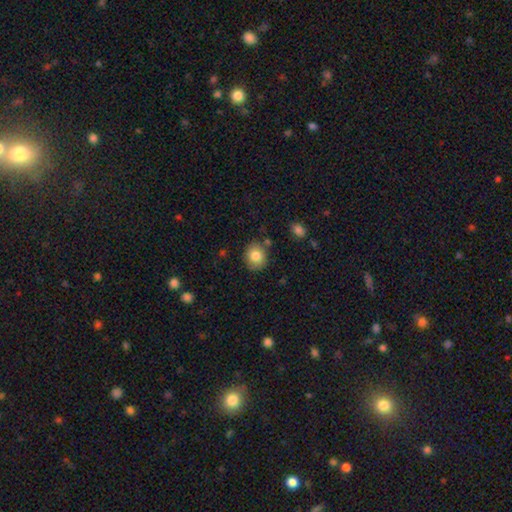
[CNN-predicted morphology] This appears to be a smooth galaxy with no disk features (82%) that is round (65%). Merging: none (81%).